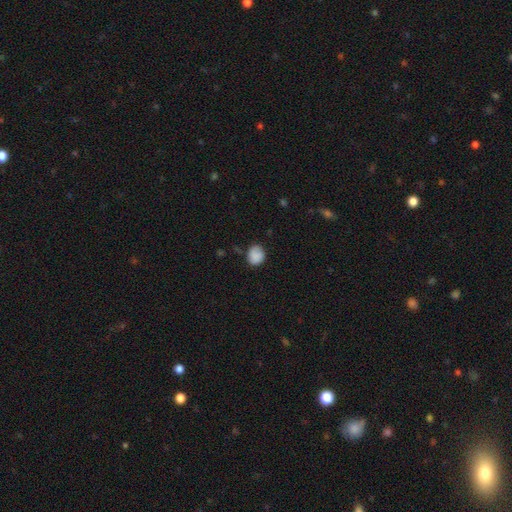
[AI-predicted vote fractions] Smooth or featured? smooth (84%)
How rounded? round (58%)
Merging? none (65%)